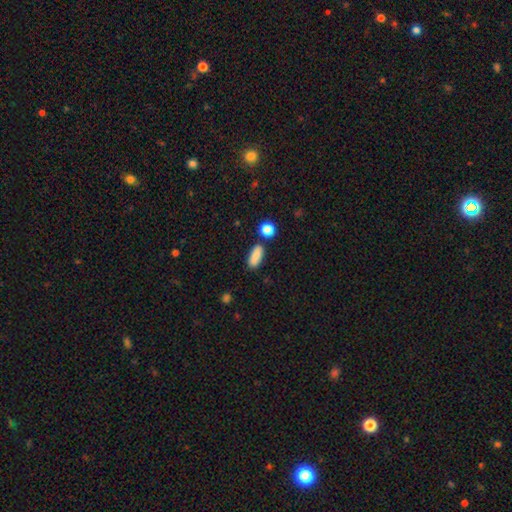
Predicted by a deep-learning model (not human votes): smooth 87%, star or artifact 8%, featured or disk 5%. Down the decision tree: how rounded — in between (80%); merging — none (82%).